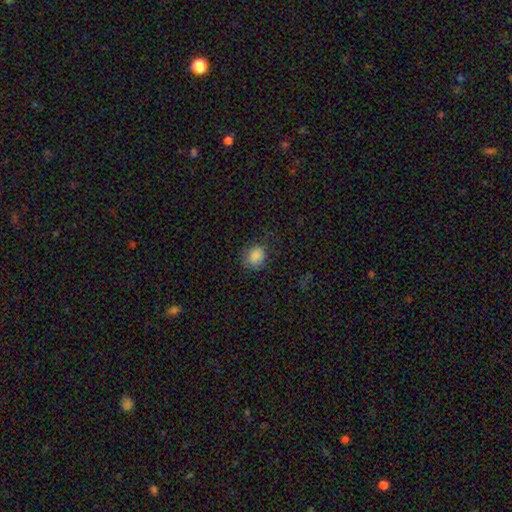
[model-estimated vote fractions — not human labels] The model was most divided on "how rounded": round: 56%, in between: 43%, cigar-shaped: 1%. More confident: smooth or featured — smooth (86%); merging — none (75%).